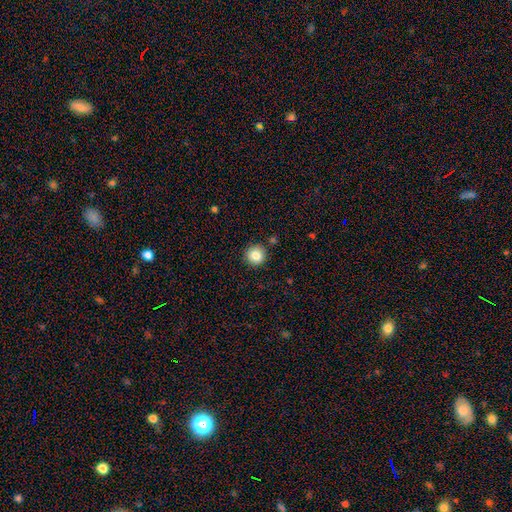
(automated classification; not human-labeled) smooth-or-featured: smooth: 85% | star or artifact: 9% | featured or disk: 6%
  how-rounded: round: 95% | in between: 4% | cigar-shaped: 1%
  merging: none: 90% | minor disturbance: 6% | merger: 2% | major disturbance: 2%